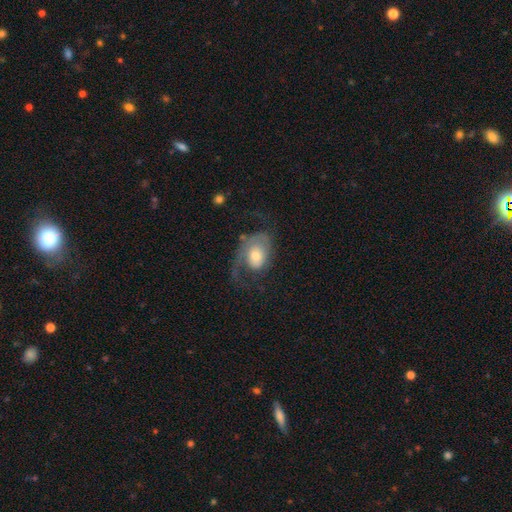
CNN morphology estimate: A featured or disk galaxy (62%) with no bar (73%), spiral arms (83%) and a moderate central bulge (56%).

Vote fractions:
- Smooth or featured? featured or disk: 62% / smooth: 31% / star or artifact: 7%
- Edge-on disk? no: 96% / yes: 4%
- Bar? no: 73% / weak: 22% / strong: 5%
- Spiral arms? yes: 83% / no: 17%
- Bulge size? moderate: 56% / small: 22% / large: 16% / none: 3% / dominant: 3%
- Merging? major disturbance: 39% / none: 38% / minor disturbance: 20% / merger: 3%